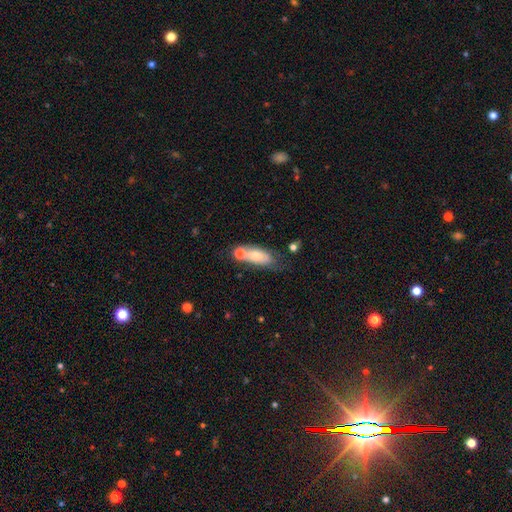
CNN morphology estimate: A smooth galaxy with no disk features (66%) that is in between round and cigar-shaped (73%). Merging: none (41%).